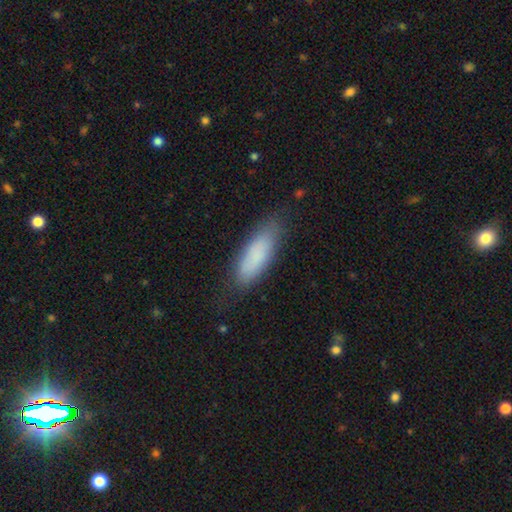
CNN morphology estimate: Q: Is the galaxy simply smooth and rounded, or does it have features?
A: smooth — 84%.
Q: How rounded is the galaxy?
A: in between — 57%.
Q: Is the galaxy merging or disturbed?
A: none — 79%.